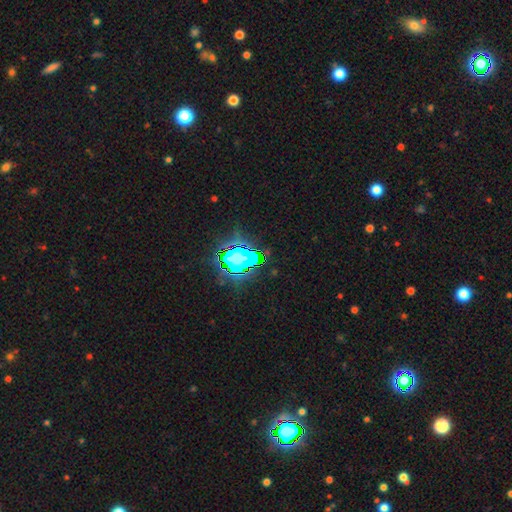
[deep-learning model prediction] A star or artifact, not a galaxy (79%).

Vote fractions:
- Smooth or featured? star or artifact: 79% / smooth: 12% / featured or disk: 9%